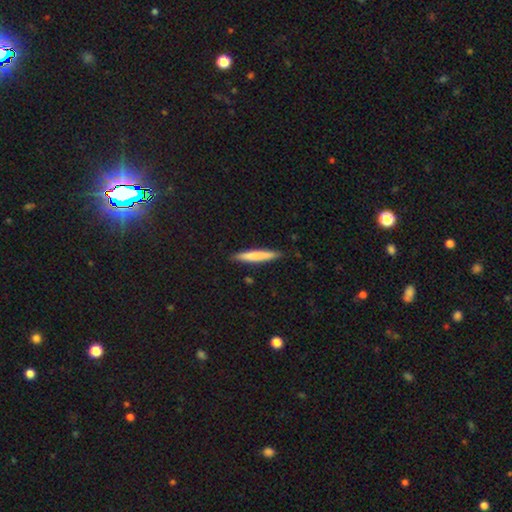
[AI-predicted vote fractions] smooth-or-featured: smooth: 74% | featured or disk: 20% | star or artifact: 5%
  how-rounded: cigar-shaped: 94% | in between: 5% | round: 1%
  merging: none: 89% | minor disturbance: 8% | major disturbance: 1% | merger: 1%